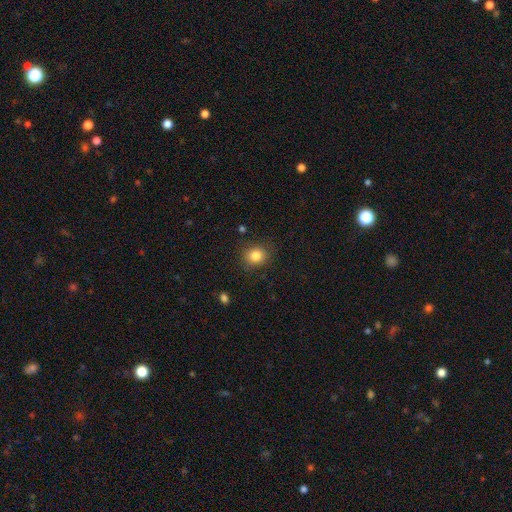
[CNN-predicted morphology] Smooth or featured? smooth (83%)
How rounded? round (75%)
Merging? none (85%)